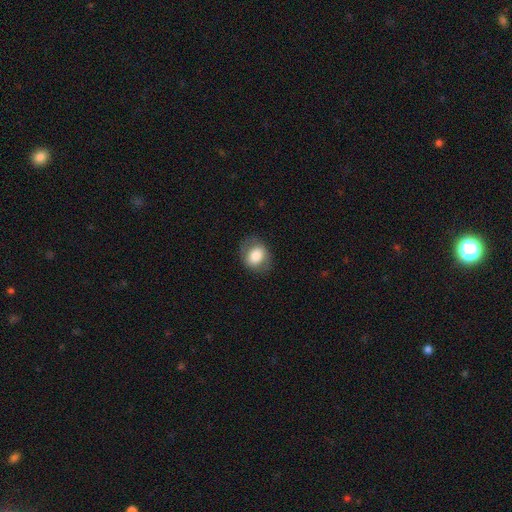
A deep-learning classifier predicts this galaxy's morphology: Smooth or featured? Predicted: smooth (p=0.74). How rounded? Predicted: in between (p=0.56). Merging? Predicted: none (p=0.78).